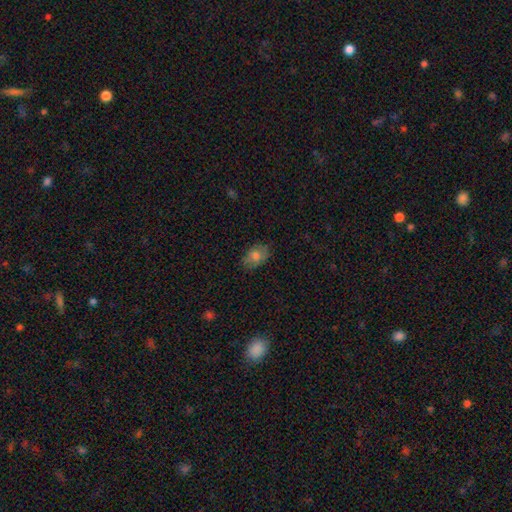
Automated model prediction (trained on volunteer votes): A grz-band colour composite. It shows a smooth galaxy with no disk features (73%) that is in between round and cigar-shaped (84%). Merging: none (79%).